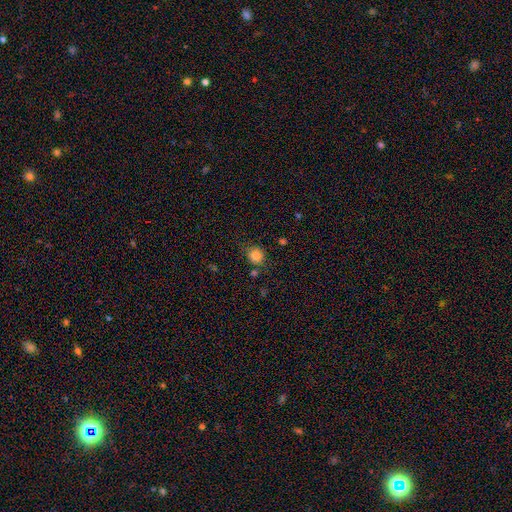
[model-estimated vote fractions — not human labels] Smooth or featured: smooth — 83% (star or artifact — 12%)
How rounded: round — 85% (in between — 14%)
Merging: none — 76% (minor disturbance — 14%)